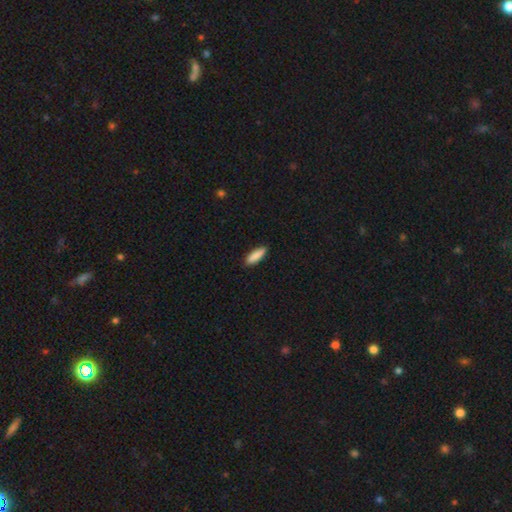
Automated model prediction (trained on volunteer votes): This is clearly a smooth galaxy (89%). How rounded: possibly cigar-shaped (55%). Merging: clearly none (88%).